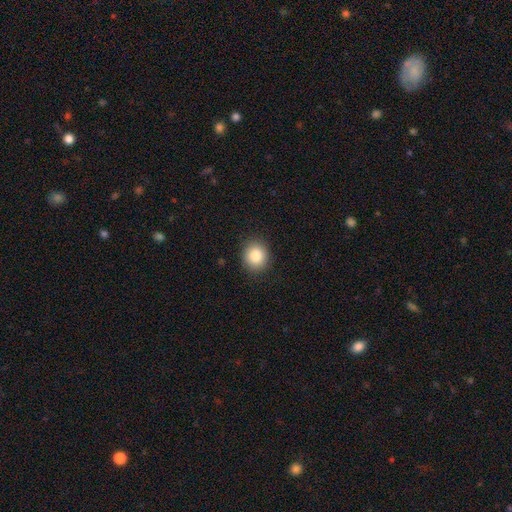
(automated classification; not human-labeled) A smooth galaxy with no disk features (85%) that is round (78%).

Vote fractions:
- Smooth or featured? smooth: 85% / star or artifact: 9% / featured or disk: 6%
- How rounded? round: 78% / in between: 22% / cigar-shaped: 1%
- Merging? none: 90% / minor disturbance: 7% / major disturbance: 2% / merger: 1%